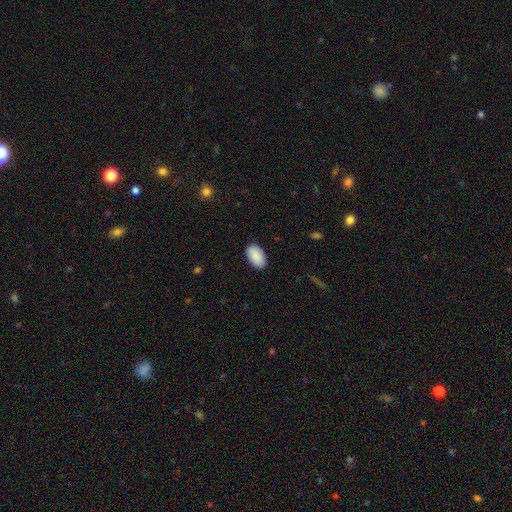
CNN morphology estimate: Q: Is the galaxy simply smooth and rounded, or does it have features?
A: smooth — 90%.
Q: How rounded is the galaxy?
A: in between — 95%.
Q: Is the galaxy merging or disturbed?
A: none — 88%.